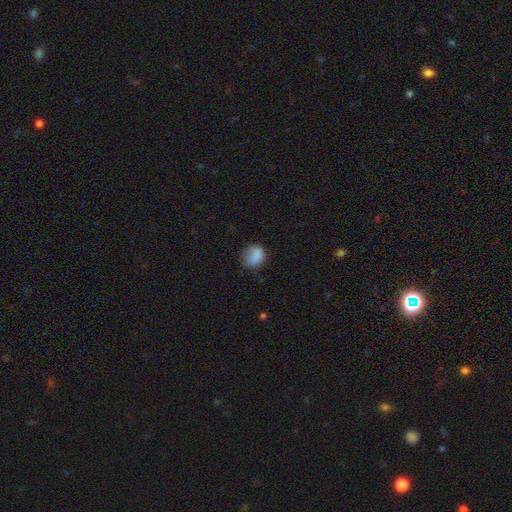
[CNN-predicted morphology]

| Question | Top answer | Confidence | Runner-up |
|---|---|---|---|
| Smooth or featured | smooth | 84% | star or artifact (10%) |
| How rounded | round | 54% | in between (44%) |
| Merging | none | 65% | minor disturbance (25%) |